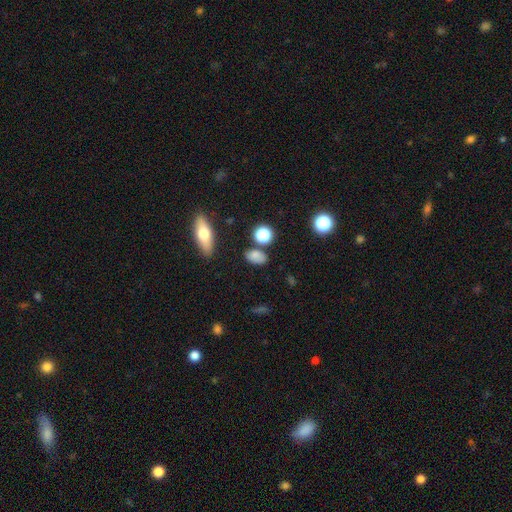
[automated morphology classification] smooth 77%, star or artifact 15%, featured or disk 8%. Down the decision tree: how rounded — in between (79%); merging — none (77%).